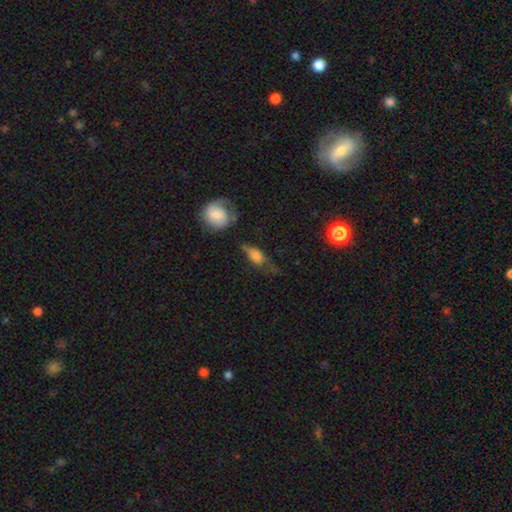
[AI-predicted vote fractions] Smooth or featured: smooth — 61% (featured or disk — 29%)
How rounded: in between — 73% (cigar-shaped — 17%)
Merging: none — 41% (minor disturbance — 27%)